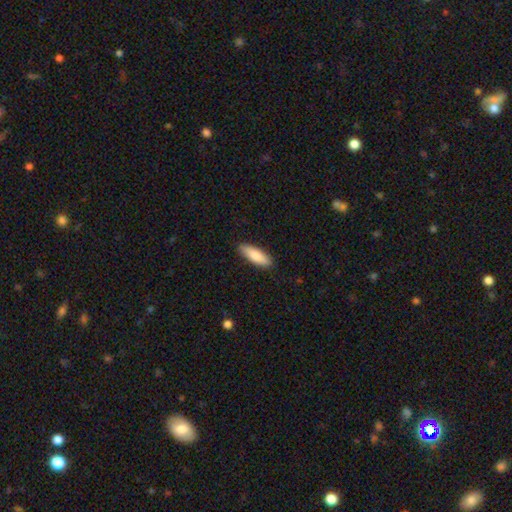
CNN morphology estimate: This is clearly a smooth galaxy (83%). How rounded: possibly in between (54%). Merging: clearly none (89%).